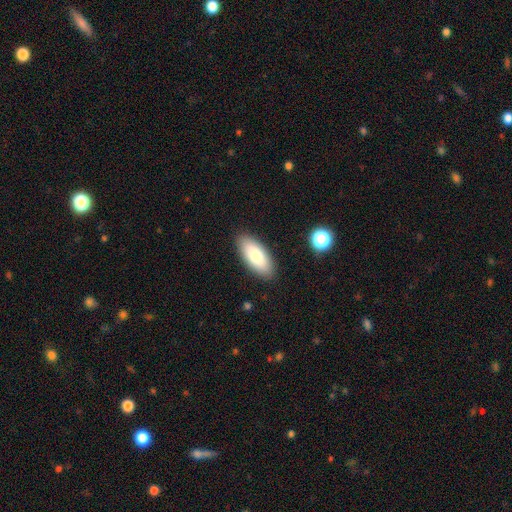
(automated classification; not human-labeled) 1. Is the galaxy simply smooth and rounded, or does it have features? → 82% smooth, 11% featured or disk, 6% star or artifact.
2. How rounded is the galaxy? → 84% in between, 14% cigar-shaped, 2% round.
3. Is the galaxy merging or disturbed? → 88% none, 8% minor disturbance, 2% major disturbance, 1% merger.